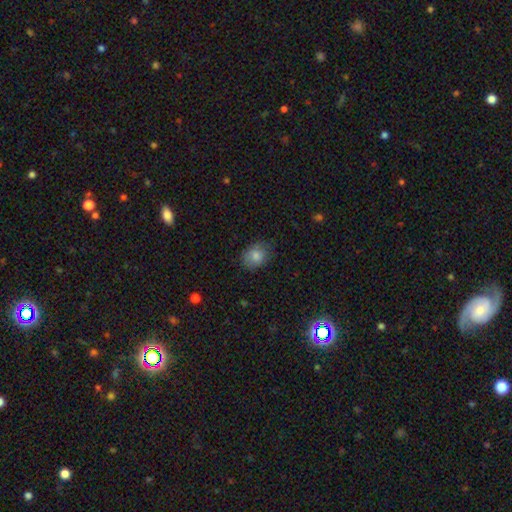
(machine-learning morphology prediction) smooth 82%, featured or disk 9%, star or artifact 8%. Down the decision tree: how rounded — in between (62%); merging — none (69%).